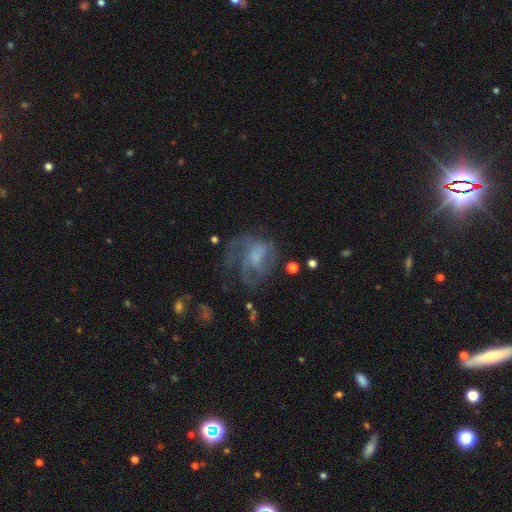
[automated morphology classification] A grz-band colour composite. It shows a featured or disk galaxy (64%) with no bar (60%), spiral arms (72%) and a small central bulge (34%). Merging: none (40%).